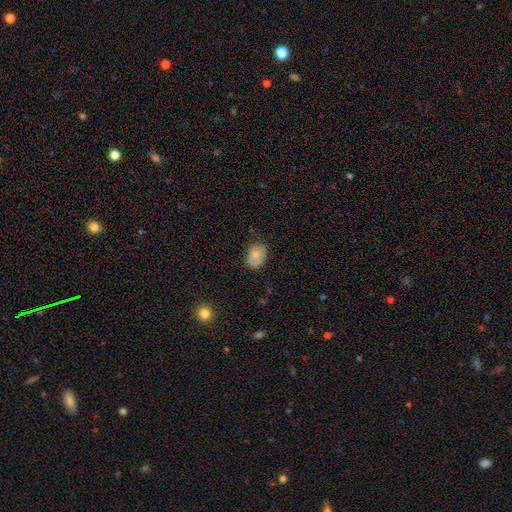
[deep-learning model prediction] Morphology: type=smooth (69%); roundness=in between (70%); merging=none (71%).